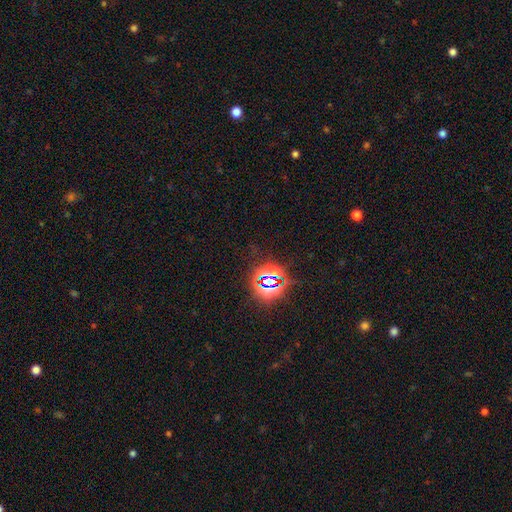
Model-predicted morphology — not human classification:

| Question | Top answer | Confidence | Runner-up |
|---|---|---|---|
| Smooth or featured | star or artifact | 81% | smooth (11%) |